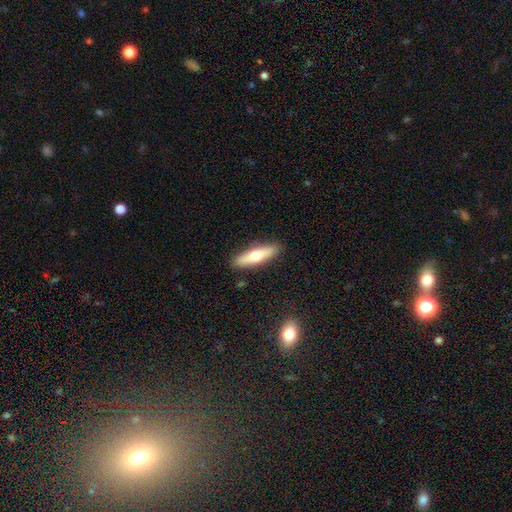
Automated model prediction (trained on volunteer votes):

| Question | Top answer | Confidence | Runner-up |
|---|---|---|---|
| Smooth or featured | smooth | 55% | featured or disk (40%) |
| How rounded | cigar-shaped | 67% | in between (31%) |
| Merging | none | 89% | minor disturbance (8%) |